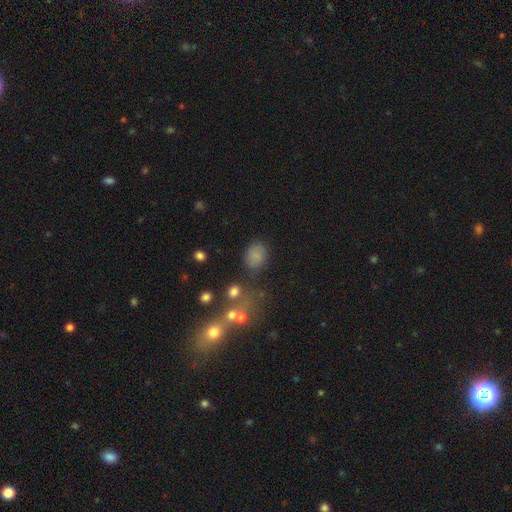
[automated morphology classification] Smooth or featured: smooth — 78% (star or artifact — 13%)
How rounded: in between — 62% (round — 37%)
Merging: none — 75% (minor disturbance — 16%)